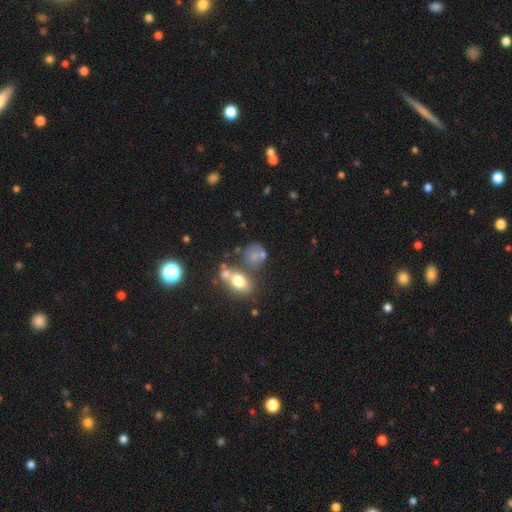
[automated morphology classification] smooth-or-featured: smooth: 64% | featured or disk: 20% | star or artifact: 17%
  how-rounded: round: 63% | in between: 36% | cigar-shaped: 2%
  merging: none: 38% | merger: 32% | minor disturbance: 17% | major disturbance: 13%